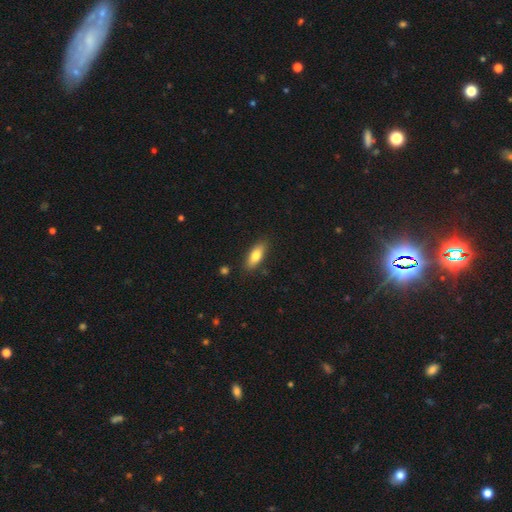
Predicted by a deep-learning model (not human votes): This is likely a smooth galaxy (79%). How rounded: likely in between (75%). Merging: clearly none (84%).